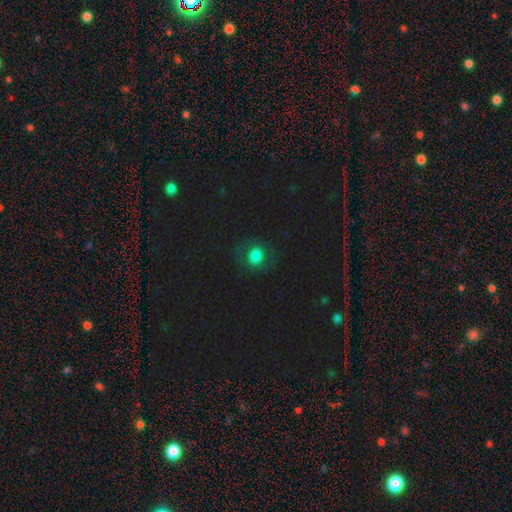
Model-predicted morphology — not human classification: Q: Smooth or featured?
A: smooth (57%); runner-up: featured or disk (26%)
Q: How rounded?
A: round (71%); runner-up: in between (28%)
Q: Merging?
A: none (79%); runner-up: minor disturbance (12%)